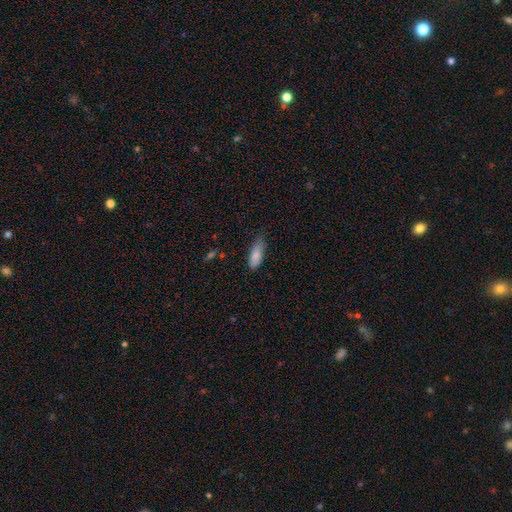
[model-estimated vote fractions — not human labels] Smooth or featured: smooth — 84% (featured or disk — 9%)
How rounded: in between — 68% (cigar-shaped — 30%)
Merging: none — 53% (minor disturbance — 37%)